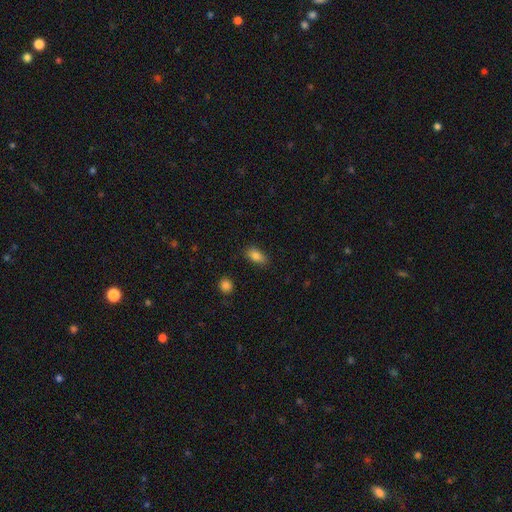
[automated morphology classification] Q: Smooth or featured?
A: smooth (83%); runner-up: star or artifact (9%)
Q: How rounded?
A: in between (86%); runner-up: round (7%)
Q: Merging?
A: none (80%); runner-up: minor disturbance (15%)